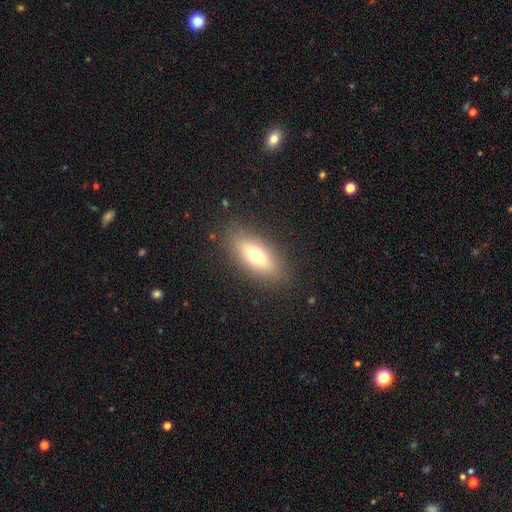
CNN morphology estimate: smooth_or_featured: smooth (p=0.66) [alt: featured or disk p=0.26]
how_rounded: in between (p=0.72) [alt: cigar-shaped p=0.25]
merging: none (p=0.87) [alt: minor disturbance p=0.09]